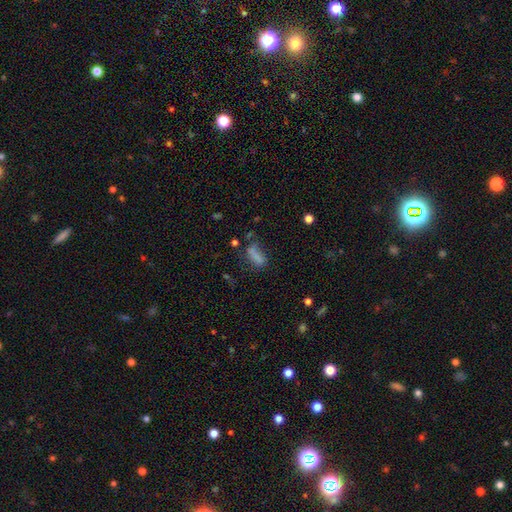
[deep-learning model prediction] Smooth or featured? smooth (68%)
How rounded? in between (69%)
Merging? none (38%)